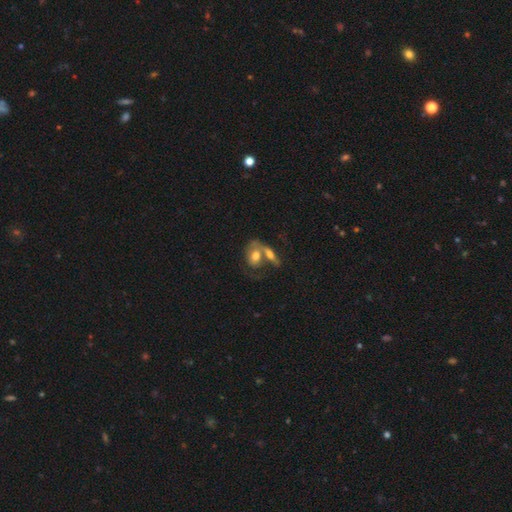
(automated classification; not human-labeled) The model was most divided on "smooth or featured": smooth: 45%, featured or disk: 44%, star or artifact: 11%. More confident: merging — merger (57%).